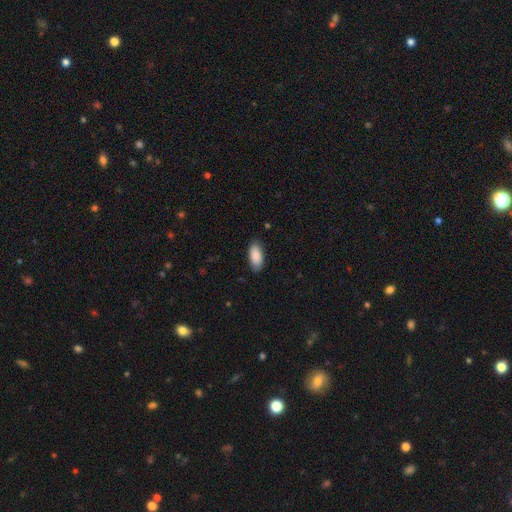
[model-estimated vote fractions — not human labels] smooth_or_featured: smooth (p=0.88) [alt: featured or disk p=0.06]
how_rounded: in between (p=0.90) [alt: cigar-shaped p=0.08]
merging: none (p=0.84) [alt: minor disturbance p=0.12]